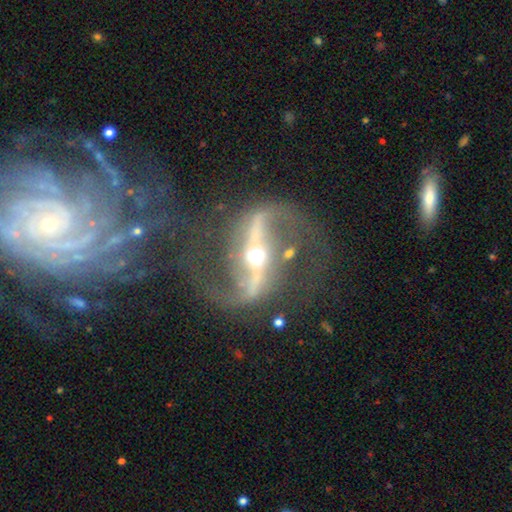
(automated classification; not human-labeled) featured or disk 91%, star or artifact 6%, smooth 3%. Down the decision tree: edge-on disk — no (93%); bar — strong (72%); spiral arms — yes (97%); spiral arm count — 2 (94%); spiral winding — loose (66%); bulge size — moderate (48%); merging — none (66%).